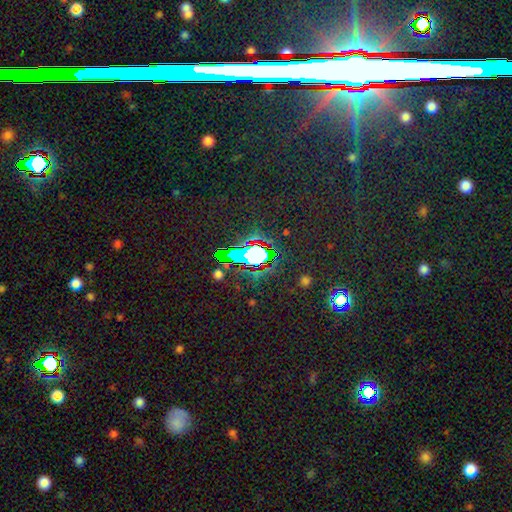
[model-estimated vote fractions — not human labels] star or artifact 68%, smooth 20%, featured or disk 12%.